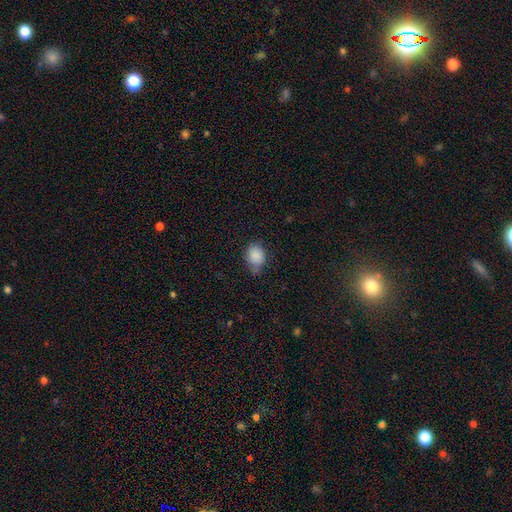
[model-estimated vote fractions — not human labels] A smooth galaxy with no disk features (87%) that is round (52%).

Vote fractions:
- Smooth or featured? smooth: 87% / star or artifact: 8% / featured or disk: 5%
- How rounded? round: 52% / in between: 47% / cigar-shaped: 1%
- Merging? none: 59% / minor disturbance: 31% / major disturbance: 7% / merger: 3%